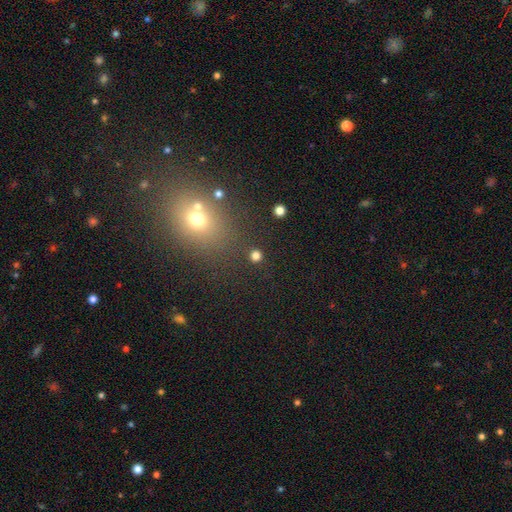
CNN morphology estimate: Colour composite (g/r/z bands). It shows a smooth galaxy with no disk features (77%) that is round (91%). Merging: none (87%).